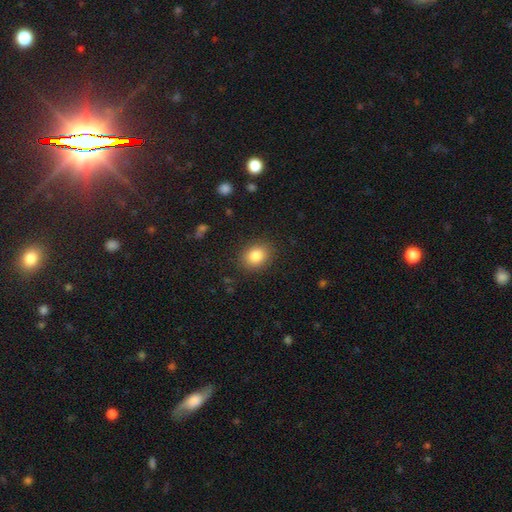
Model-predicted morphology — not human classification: smooth_or_featured: smooth (p=0.84) [alt: star or artifact p=0.09]
how_rounded: round (p=0.52) [alt: in between p=0.48]
merging: none (p=0.87) [alt: minor disturbance p=0.09]